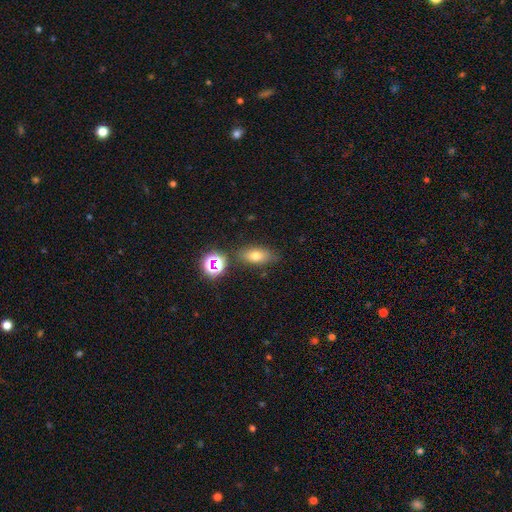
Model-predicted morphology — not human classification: Smooth or featured: smooth — 69% (star or artifact — 16%)
How rounded: in between — 77% (round — 13%)
Merging: none — 78% (minor disturbance — 13%)